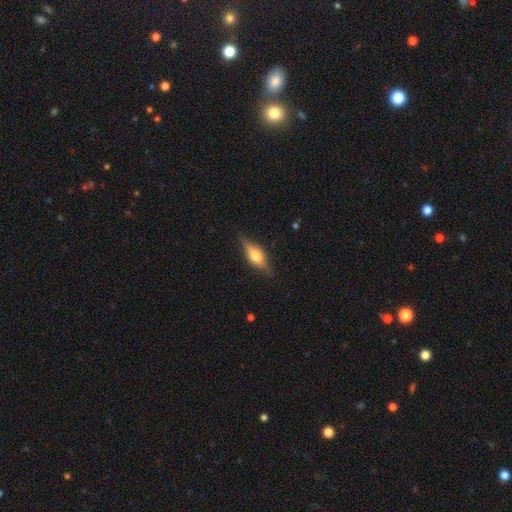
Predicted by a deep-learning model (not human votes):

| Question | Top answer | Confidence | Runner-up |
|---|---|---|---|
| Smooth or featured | featured or disk | 57% | smooth (36%) |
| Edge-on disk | yes | 92% | no (8%) |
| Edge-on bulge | rounded | 92% | boxy (6%) |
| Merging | none | 85% | minor disturbance (12%) |